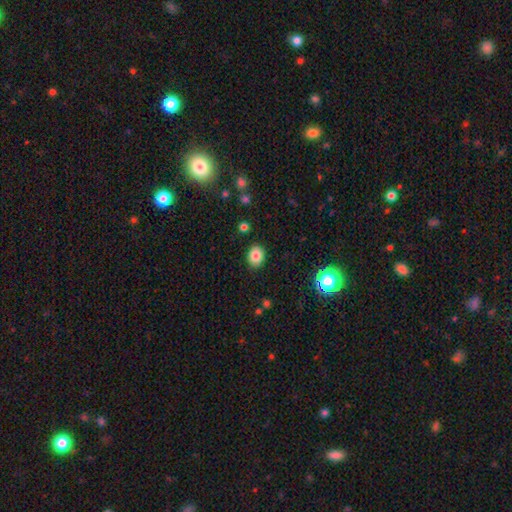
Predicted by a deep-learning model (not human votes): Overall: smooth (83%). How rounded: in between (50%; round 49%). Merging: none (87%).